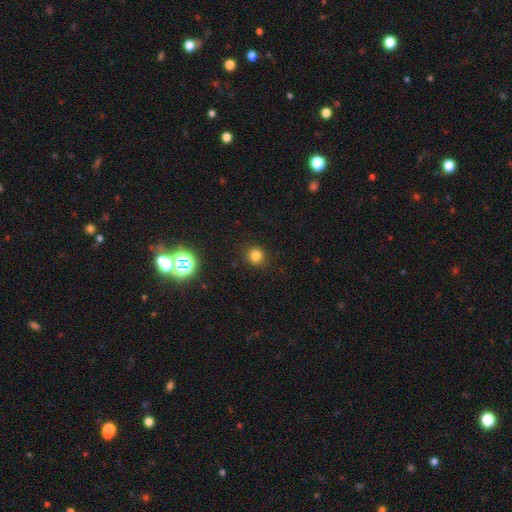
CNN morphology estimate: The model was most divided on "smooth or featured": smooth: 79%, star or artifact: 16%, featured or disk: 5%. More confident: merging — none (89%); how rounded — round (87%).